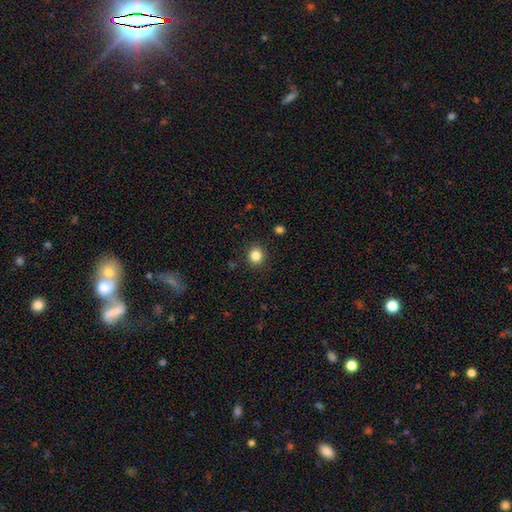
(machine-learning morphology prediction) A smooth galaxy with no disk features (84%) that is round (84%).

Vote fractions:
- Smooth or featured? smooth: 84% / star or artifact: 11% / featured or disk: 5%
- How rounded? round: 84% / in between: 15% / cigar-shaped: 1%
- Merging? none: 91% / minor disturbance: 6% / major disturbance: 2% / merger: 1%